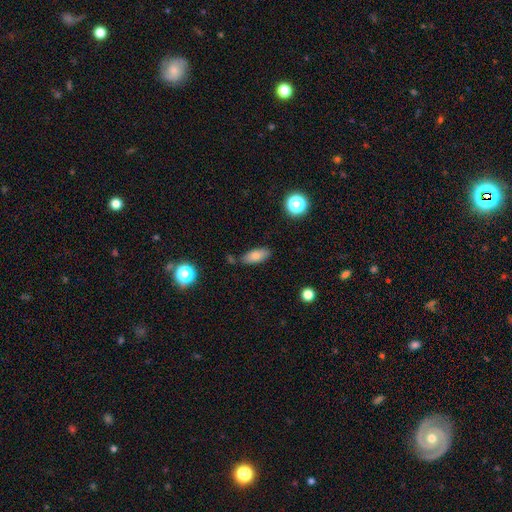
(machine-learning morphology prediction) A smooth galaxy with no disk features (78%) that is in between round and cigar-shaped (81%).

Vote fractions:
- Smooth or featured? smooth: 78% / featured or disk: 13% / star or artifact: 9%
- How rounded? in between: 81% / cigar-shaped: 15% / round: 4%
- Merging? none: 74% / minor disturbance: 16% / merger: 6% / major disturbance: 3%